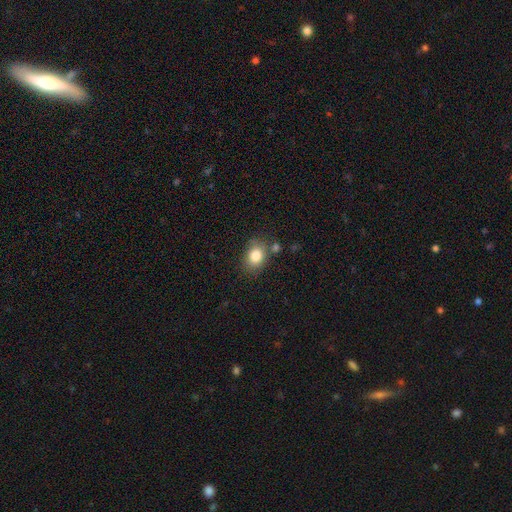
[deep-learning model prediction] This appears to be a smooth galaxy with no disk features (82%) that is in between round and cigar-shaped (58%). Merging: none (72%).